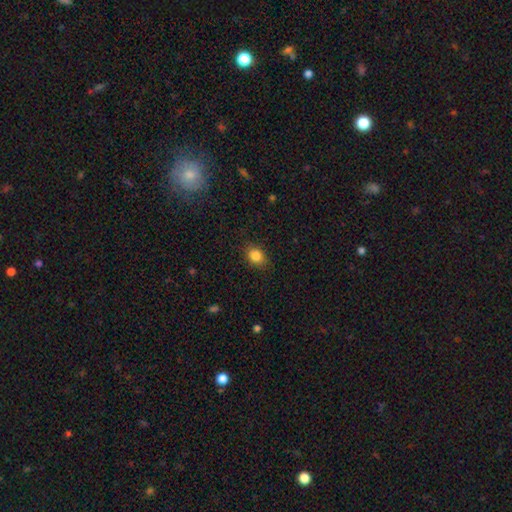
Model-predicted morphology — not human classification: Smooth or featured: smooth — 85% (star or artifact — 10%)
How rounded: in between — 58% (round — 41%)
Merging: none — 87% (minor disturbance — 10%)